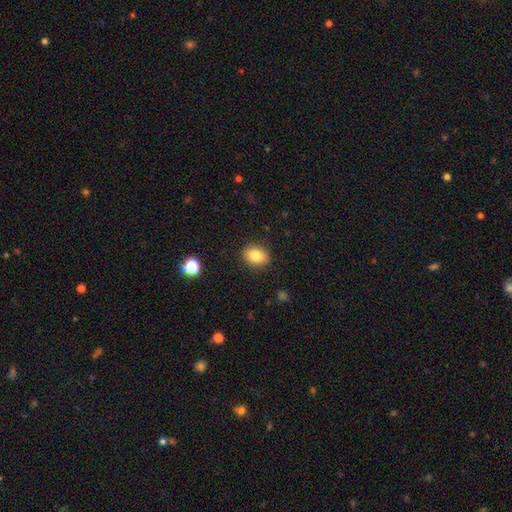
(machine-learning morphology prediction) Q: Smooth or featured?
A: smooth (82%); runner-up: star or artifact (9%)
Q: How rounded?
A: in between (62%); runner-up: round (37%)
Q: Merging?
A: none (88%); runner-up: minor disturbance (8%)